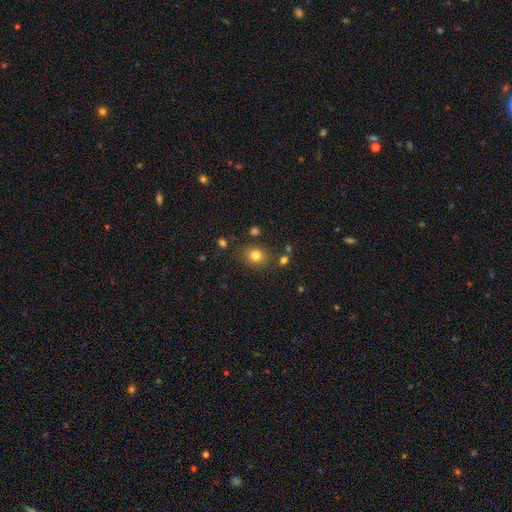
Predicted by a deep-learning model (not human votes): Overall: smooth (80%). How rounded: round (68%; in between 31%). Merging: none (82%).